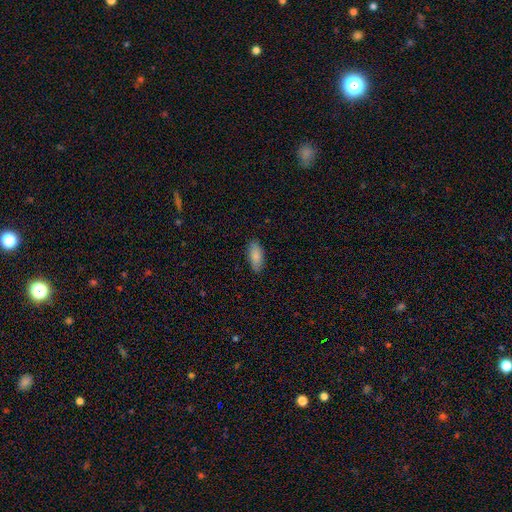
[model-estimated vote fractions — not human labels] Morphology: type=smooth (86%); roundness=in between (82%); merging=none (87%).